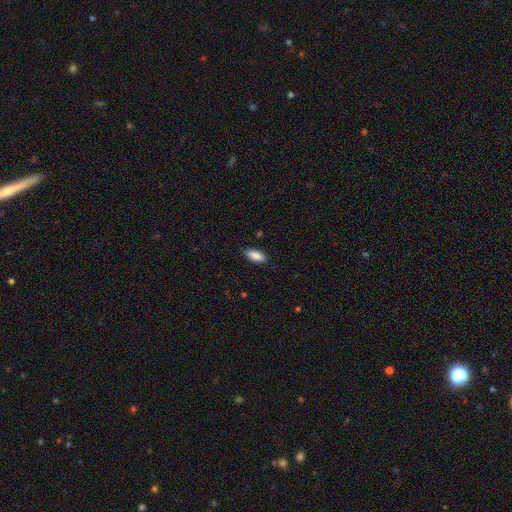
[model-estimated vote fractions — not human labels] Morphology: type=smooth (89%); roundness=in between (85%); merging=none (86%).